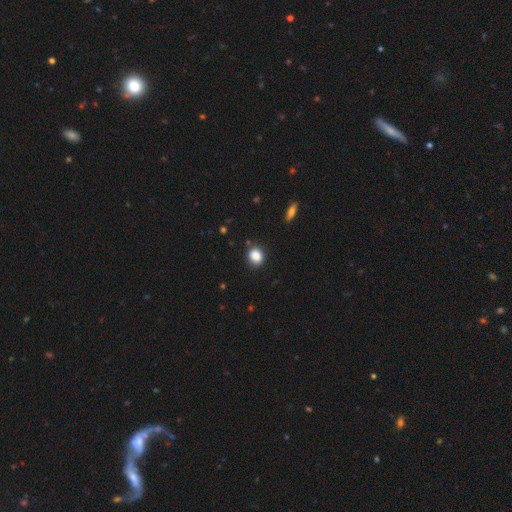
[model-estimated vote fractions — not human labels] smooth_or_featured: smooth (p=0.86) [alt: star or artifact p=0.10]
how_rounded: round (p=0.63) [alt: in between p=0.36]
merging: none (p=0.82) [alt: minor disturbance p=0.13]